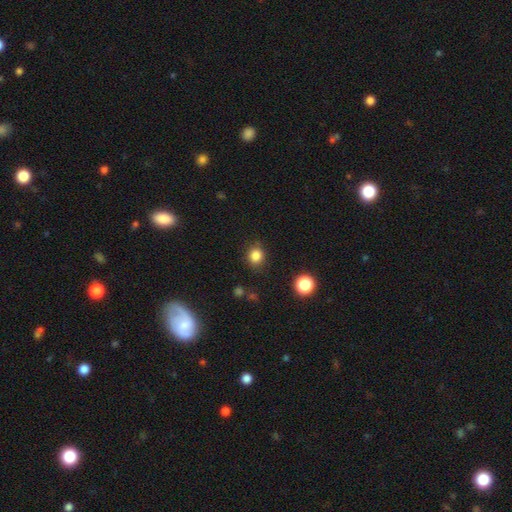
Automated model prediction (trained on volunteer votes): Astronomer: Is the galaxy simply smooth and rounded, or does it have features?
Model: smooth — 84%.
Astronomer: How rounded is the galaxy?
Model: round — 76%.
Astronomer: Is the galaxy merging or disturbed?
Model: none — 85%.